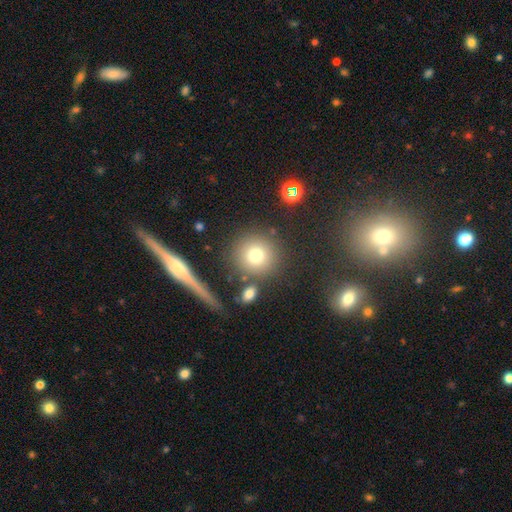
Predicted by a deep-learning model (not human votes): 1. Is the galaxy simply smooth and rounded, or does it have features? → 76% smooth, 12% star or artifact, 12% featured or disk.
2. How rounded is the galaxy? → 91% round, 8% in between, 2% cigar-shaped.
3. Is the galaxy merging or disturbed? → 79% none, 9% minor disturbance, 8% merger, 4% major disturbance.